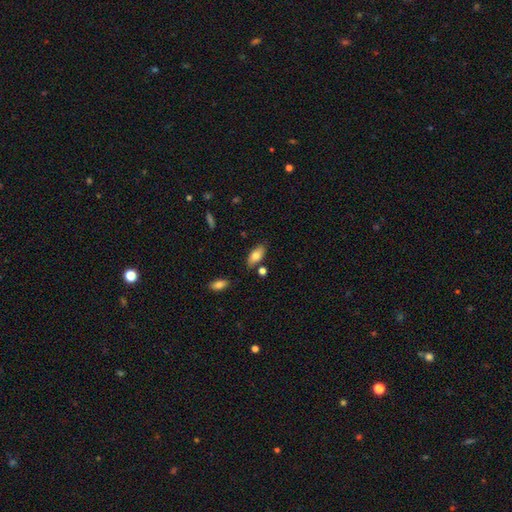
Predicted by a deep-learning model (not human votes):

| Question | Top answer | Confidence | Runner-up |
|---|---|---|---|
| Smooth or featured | smooth | 78% | featured or disk (15%) |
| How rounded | in between | 88% | cigar-shaped (10%) |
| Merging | none | 78% | minor disturbance (14%) |